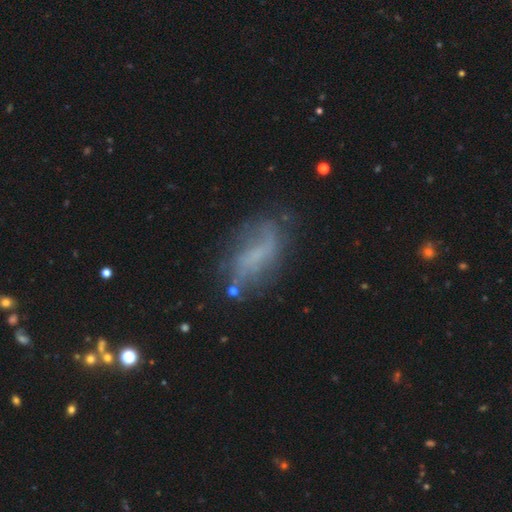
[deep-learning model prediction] Overall: featured or disk (53%; smooth 35%). Edge-on disk: no (90%). Merging: none (58%; minor disturbance 24%).